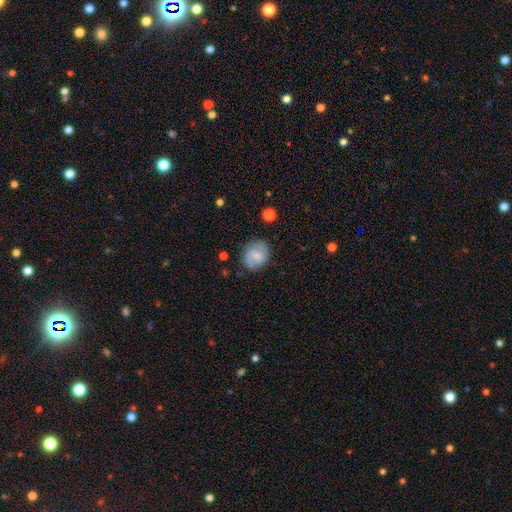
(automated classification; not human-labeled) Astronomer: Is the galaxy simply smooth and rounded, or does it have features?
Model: smooth — 55% (runner-up: featured or disk, 37%).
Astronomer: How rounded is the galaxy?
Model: round — 67%.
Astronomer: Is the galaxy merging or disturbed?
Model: none — 75%.